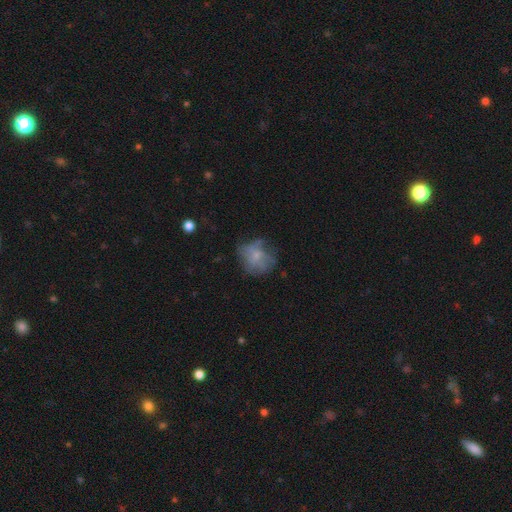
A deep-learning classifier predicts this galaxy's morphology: Smooth or featured? Predicted: smooth (p=0.50). How rounded? Predicted: round (p=0.68). Merging? Predicted: none (p=0.51).